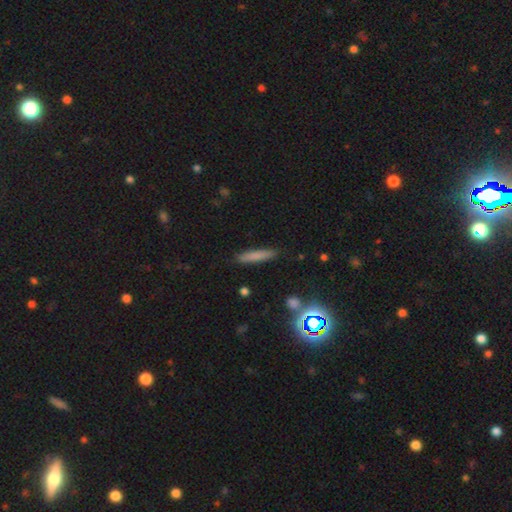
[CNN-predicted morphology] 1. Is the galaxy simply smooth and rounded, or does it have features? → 74% smooth, 15% featured or disk, 11% star or artifact.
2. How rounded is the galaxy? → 90% cigar-shaped, 8% in between, 2% round.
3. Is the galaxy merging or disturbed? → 88% none, 8% minor disturbance, 2% major disturbance, 2% merger.